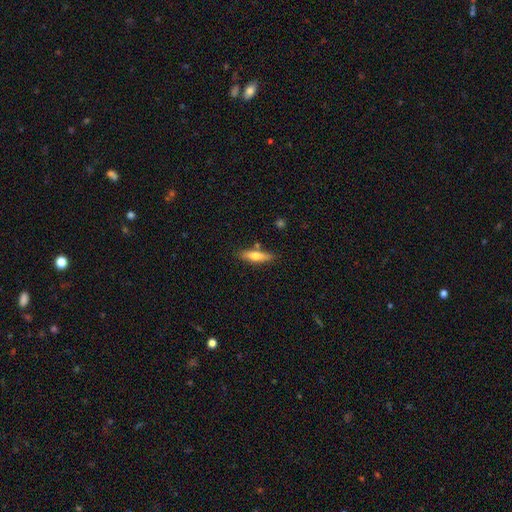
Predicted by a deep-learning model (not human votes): A smooth galaxy with no disk features (66%) that is cigar-shaped (63%). Merging: none (78%).